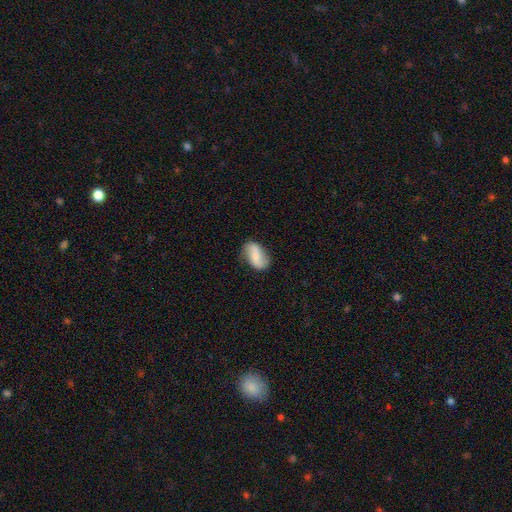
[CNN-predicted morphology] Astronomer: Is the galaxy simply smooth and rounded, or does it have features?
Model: featured or disk — 54% (runner-up: smooth, 39%).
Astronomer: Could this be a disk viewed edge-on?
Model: no — 96%.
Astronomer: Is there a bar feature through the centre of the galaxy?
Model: weak — 41% (runner-up: no, 34%).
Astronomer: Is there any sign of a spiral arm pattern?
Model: yes — 89%.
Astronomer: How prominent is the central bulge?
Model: small — 45% (runner-up: moderate, 29%).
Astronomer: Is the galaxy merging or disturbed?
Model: none — 77%.